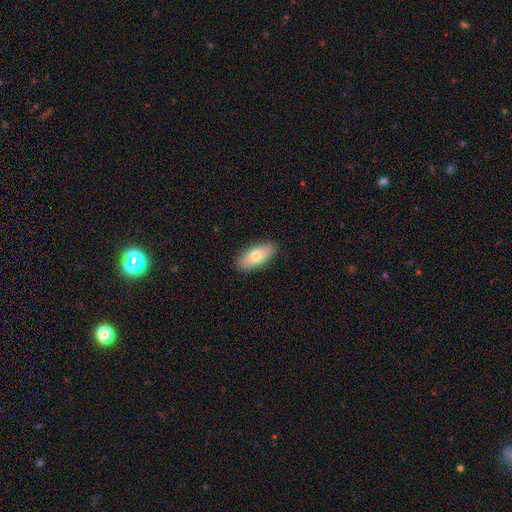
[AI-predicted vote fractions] Smooth or featured? Predicted: smooth (p=0.74). How rounded? Predicted: in between (p=0.85). Merging? Predicted: none (p=0.88).